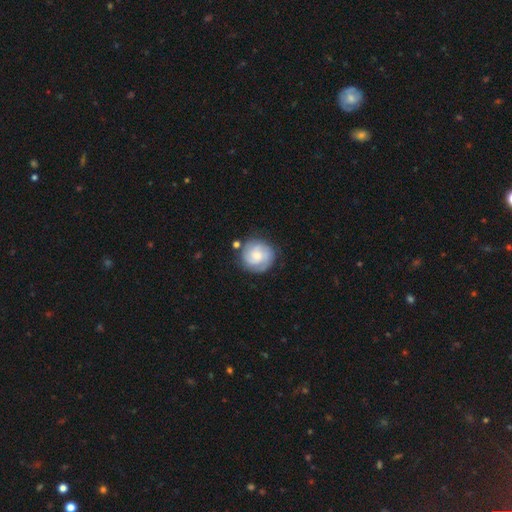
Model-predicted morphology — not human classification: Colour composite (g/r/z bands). It shows a featured or disk galaxy (64%) with no bar (62%), 2 (36%) tight (60%) spiral arms (93%) and a moderate central bulge (43%). Merging: none (77%).